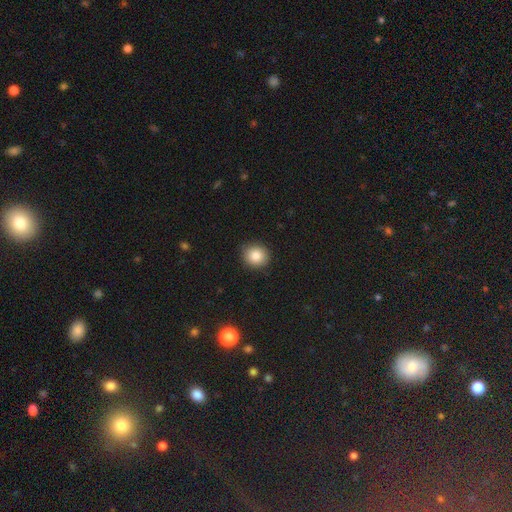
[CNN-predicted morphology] Smooth or featured? Predicted: smooth (p=0.86). How rounded? Predicted: round (p=0.84). Merging? Predicted: none (p=0.89).